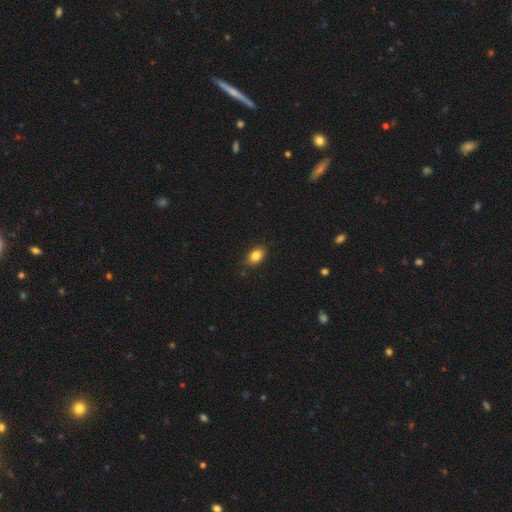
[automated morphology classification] A smooth galaxy with no disk features (84%) that is in between round and cigar-shaped (84%). Merging: none (84%).